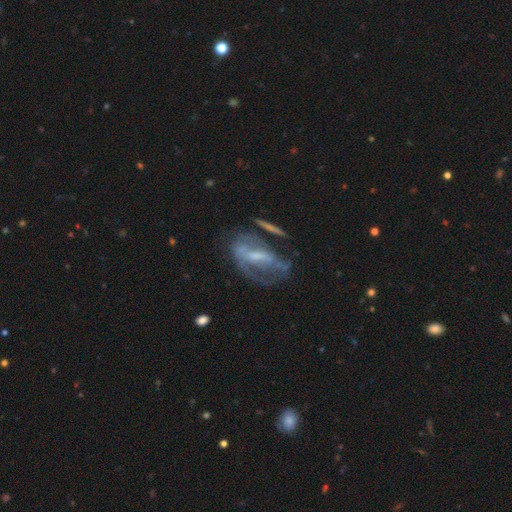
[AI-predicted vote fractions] The model was most divided on "bar": strong: 38%, weak: 36%, no: 26%. Remaining: edge-on disk — no (89%); smooth or featured — featured or disk (70%); spiral arms — yes (58%); merging — none (42%); bulge size — small (38%).